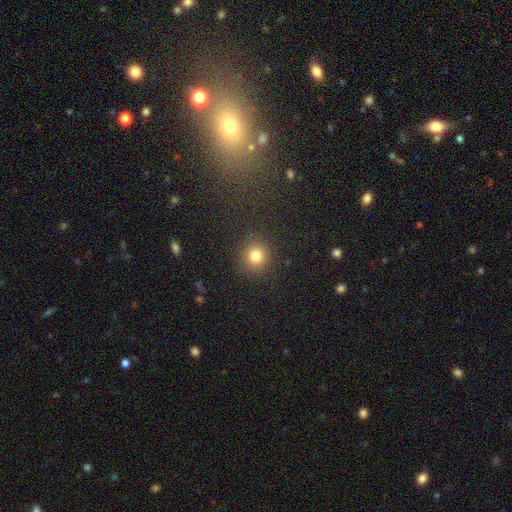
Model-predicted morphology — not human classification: This is likely a smooth galaxy (80%). How rounded: clearly round (89%). Merging: clearly none (88%).